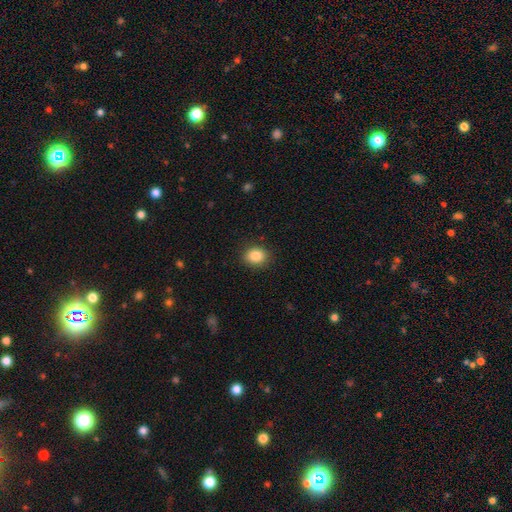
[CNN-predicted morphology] A smooth galaxy with no disk features (87%) that is round (52%).

Vote fractions:
- Smooth or featured? smooth: 87% / star or artifact: 9% / featured or disk: 4%
- How rounded? round: 52% / in between: 47% / cigar-shaped: 1%
- Merging? none: 88% / minor disturbance: 8% / major disturbance: 3% / merger: 1%